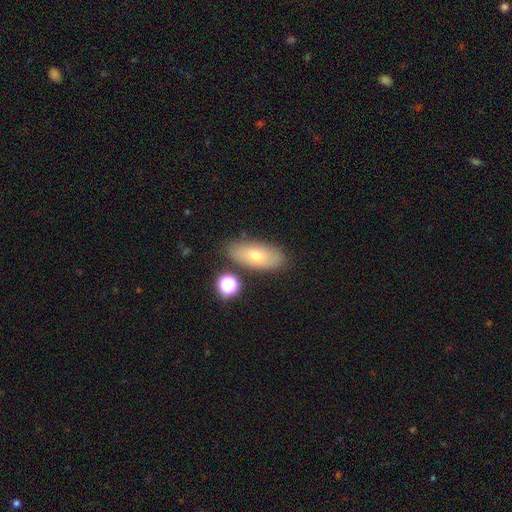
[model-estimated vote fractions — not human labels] The model was most divided on "smooth or featured": smooth: 67%, featured or disk: 24%, star or artifact: 9%. More confident: how rounded — in between (87%); merging — none (80%).